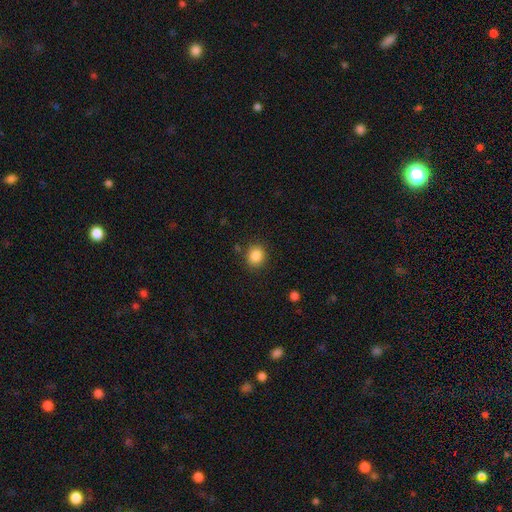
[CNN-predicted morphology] Smooth or featured?
  - smooth: 87% *
  - star or artifact: 10%
  - featured or disk: 4%
How rounded?
  - round: 78% *
  - in between: 21%
  - cigar-shaped: 1%
Merging?
  - none: 86% *
  - minor disturbance: 9%
  - major disturbance: 3%
  - merger: 2%